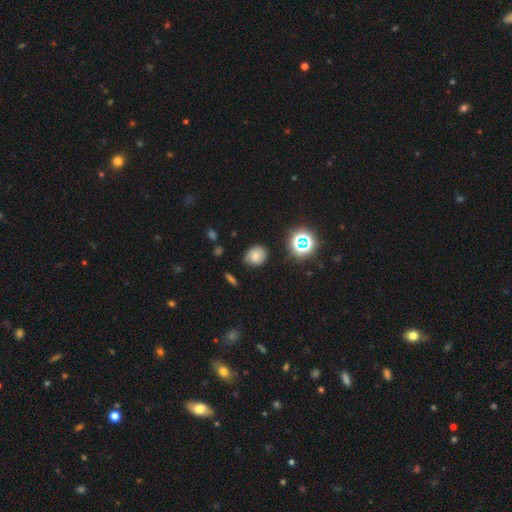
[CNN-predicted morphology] The model was most divided on "how rounded": round: 69%, in between: 30%, cigar-shaped: 1%. More confident: merging — none (77%); smooth or featured — smooth (64%).